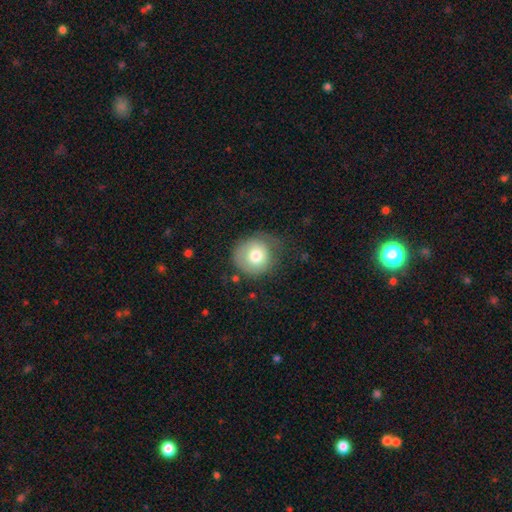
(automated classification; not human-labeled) A smooth galaxy with no disk features (75%) that is round (88%). Merging: none (57%).